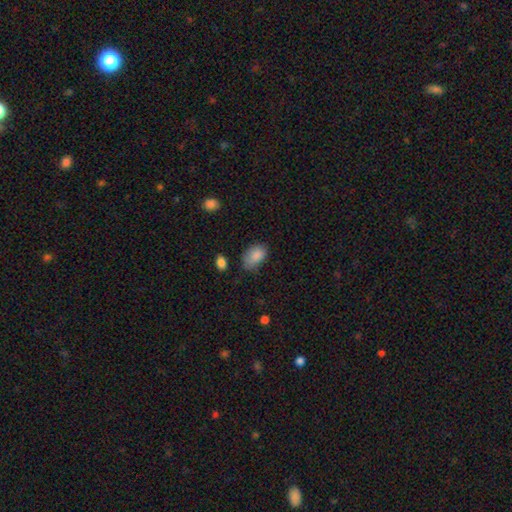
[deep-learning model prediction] smooth 86%, star or artifact 9%, featured or disk 5%. Down the decision tree: how rounded — in between (86%); merging — none (58%).